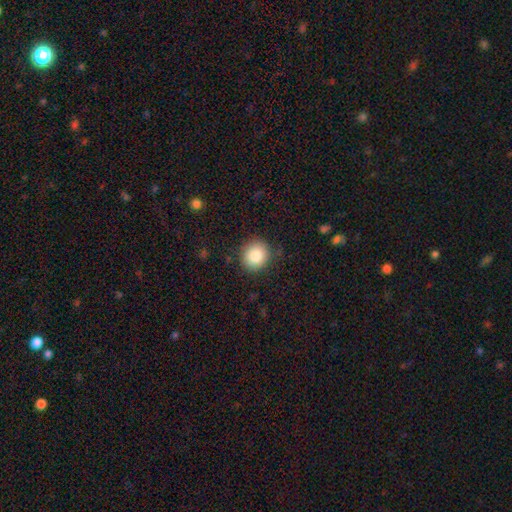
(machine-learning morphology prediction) Q: Smooth or featured?
A: smooth (86%); runner-up: star or artifact (8%)
Q: How rounded?
A: round (83%); runner-up: in between (16%)
Q: Merging?
A: none (86%); runner-up: minor disturbance (10%)